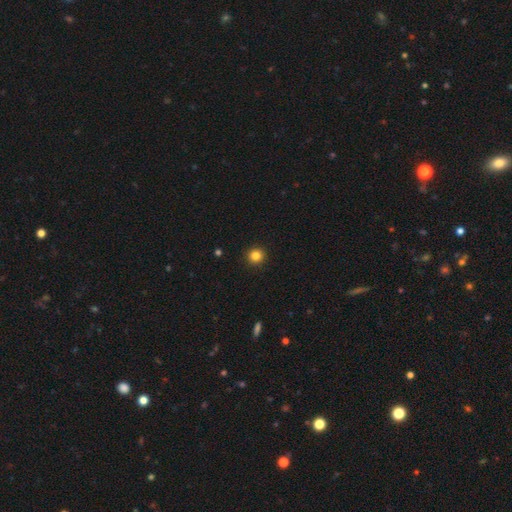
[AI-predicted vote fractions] This appears to be a smooth galaxy with no disk features (84%) that is round (94%). Merging: none (93%).